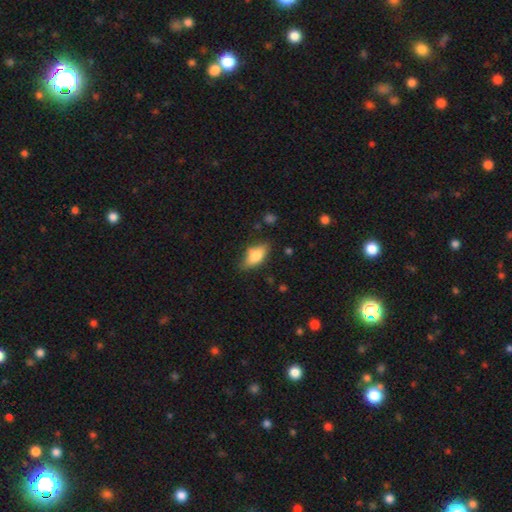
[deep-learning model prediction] Overall: smooth (70%). How rounded: in between (80%). Merging: none (74%).